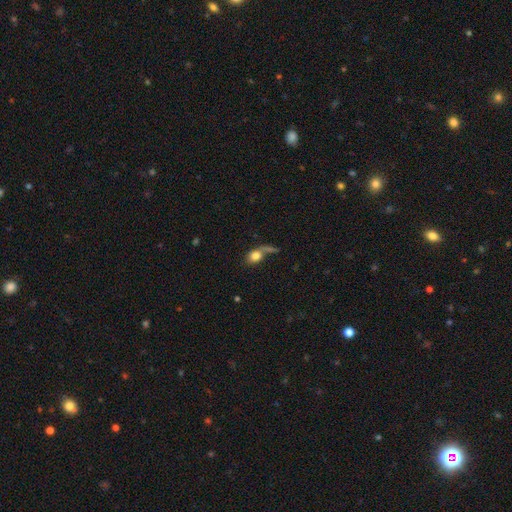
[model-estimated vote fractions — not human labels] Smooth or featured? Predicted: smooth (p=0.78). How rounded? Predicted: in between (p=0.59). Merging? Predicted: none (p=0.37).